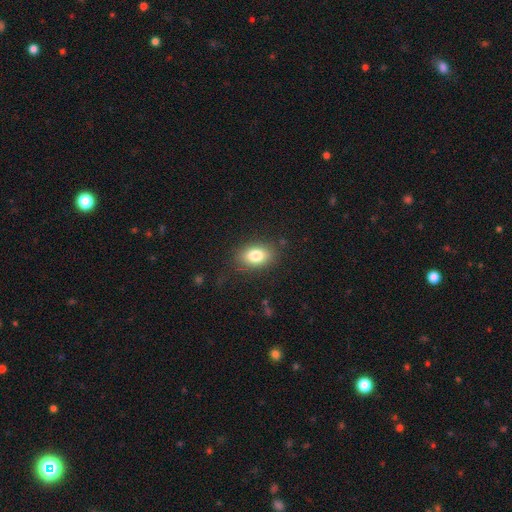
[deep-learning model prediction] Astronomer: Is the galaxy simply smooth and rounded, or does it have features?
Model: smooth — 82%.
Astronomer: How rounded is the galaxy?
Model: in between — 83%.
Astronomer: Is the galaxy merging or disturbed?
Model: none — 83%.